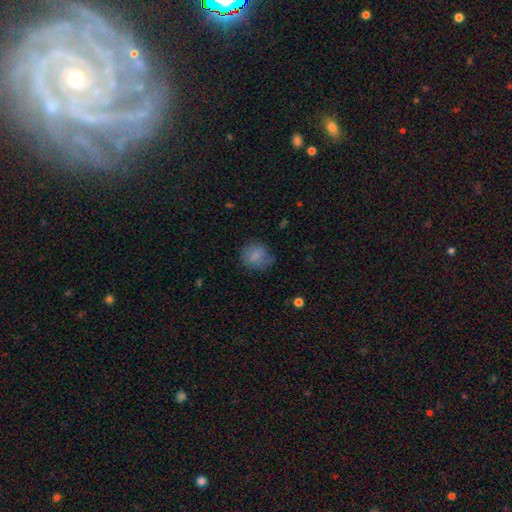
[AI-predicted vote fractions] A smooth galaxy with no disk features (79%) that is round (75%). Merging: none (68%).